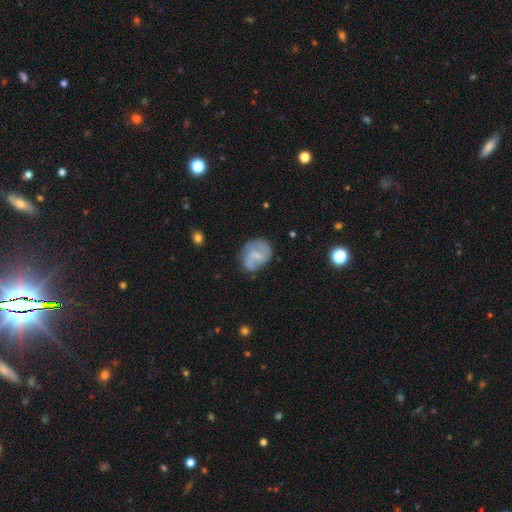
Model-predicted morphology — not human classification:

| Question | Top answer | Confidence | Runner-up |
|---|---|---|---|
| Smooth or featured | featured or disk | 60% | smooth (33%) |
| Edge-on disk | no | 97% | yes (3%) |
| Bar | weak | 46% | no (41%) |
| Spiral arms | yes | 74% | no (26%) |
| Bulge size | small | 49% | none (27%) |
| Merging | none | 57% | minor disturbance (26%) |